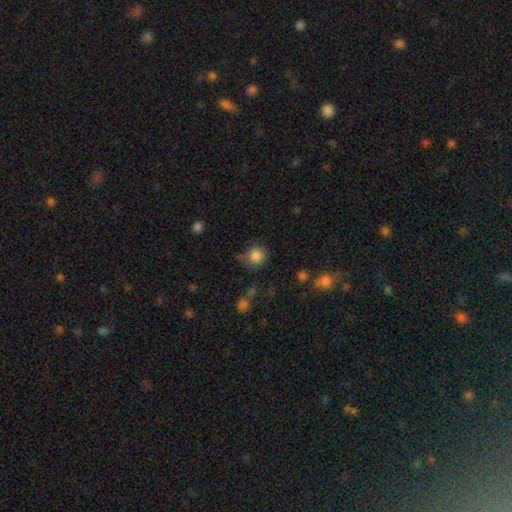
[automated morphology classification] smooth-or-featured: smooth: 84% | star or artifact: 10% | featured or disk: 5%
  how-rounded: round: 90% | in between: 9% | cigar-shaped: 1%
  merging: none: 71% | minor disturbance: 17% | major disturbance: 6% | merger: 6%